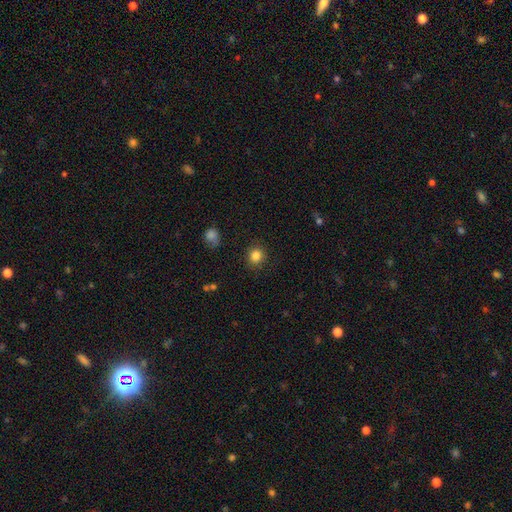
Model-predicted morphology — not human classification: A smooth galaxy with no disk features (84%) that is round (88%). Merging: none (88%).